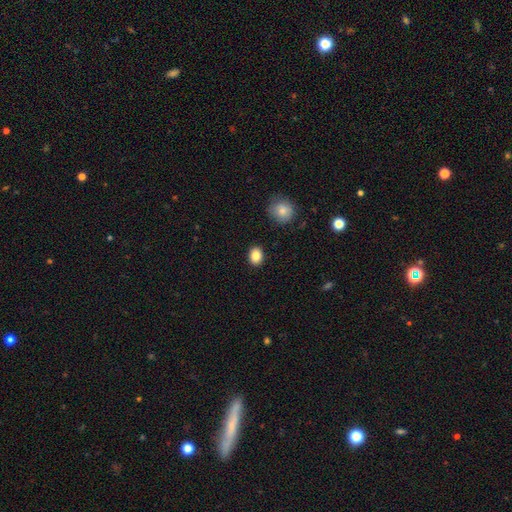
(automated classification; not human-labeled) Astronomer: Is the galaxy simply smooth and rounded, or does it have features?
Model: smooth — 86%.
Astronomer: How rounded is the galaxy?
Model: in between — 55% (runner-up: round, 44%).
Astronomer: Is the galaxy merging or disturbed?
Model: none — 89%.